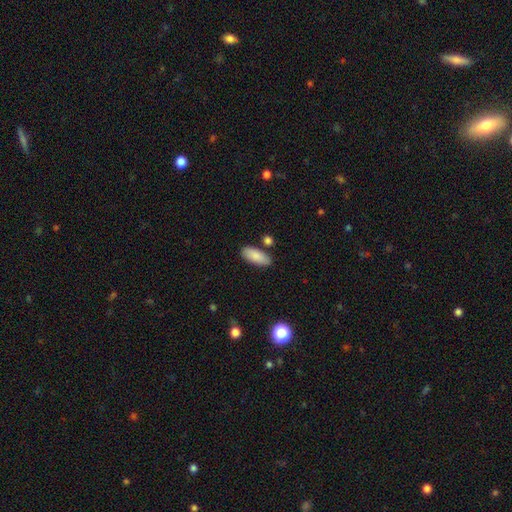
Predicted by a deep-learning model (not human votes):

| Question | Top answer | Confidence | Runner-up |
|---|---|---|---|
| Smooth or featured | smooth | 87% | featured or disk (7%) |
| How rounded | in between | 84% | cigar-shaped (14%) |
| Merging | none | 80% | minor disturbance (11%) |